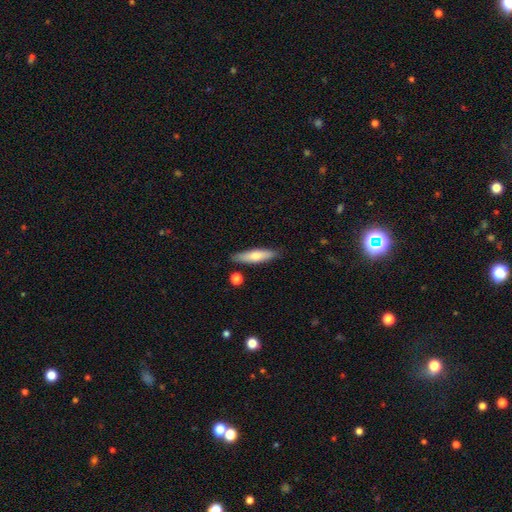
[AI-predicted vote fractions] This appears to be a smooth galaxy with no disk features (68%) that is cigar-shaped (70%). Merging: none (84%).